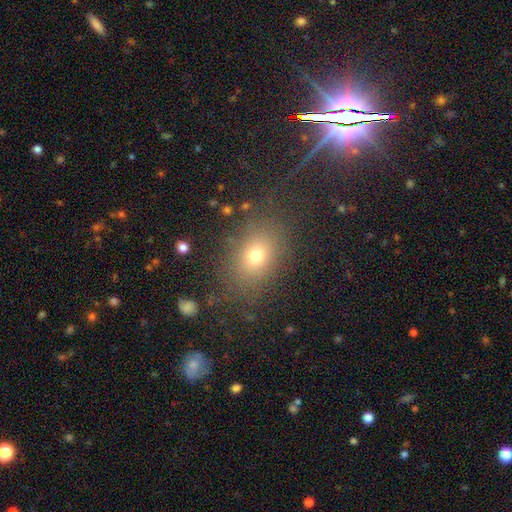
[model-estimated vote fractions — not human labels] Smooth or featured: smooth — 71% (star or artifact — 16%)
How rounded: in between — 66% (round — 32%)
Merging: none — 78% (minor disturbance — 12%)